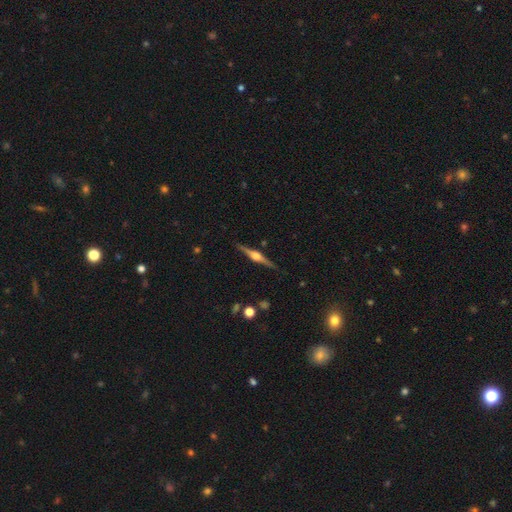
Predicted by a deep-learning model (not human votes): Morphology: type=featured or disk (85%); edge-on=yes (98%); edge-on bulge=rounded (91%); merging=none (90%).